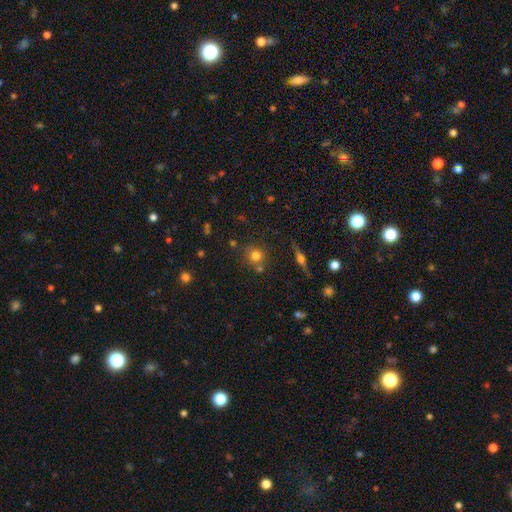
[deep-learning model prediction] Overall: smooth (74%). How rounded: round (91%). Merging: none (71%).